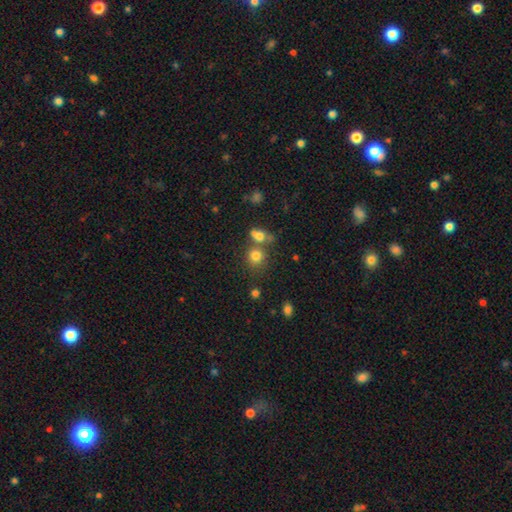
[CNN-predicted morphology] type=smooth (79%); roundness=round (81%); merging=none (58%).